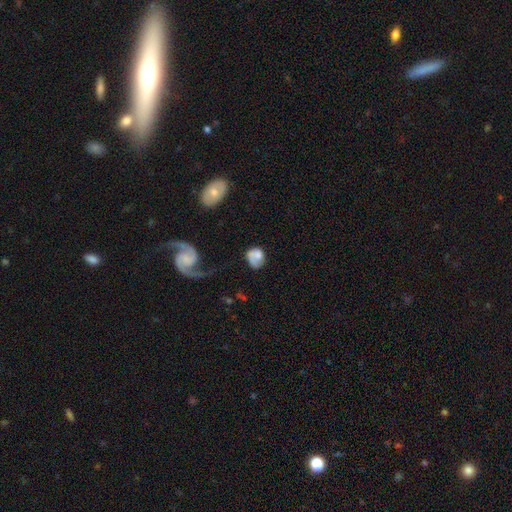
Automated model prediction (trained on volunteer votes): Smooth or featured: smooth — 60% (featured or disk — 33%)
How rounded: round — 56% (in between — 43%)
Merging: none — 41% (minor disturbance — 26%)